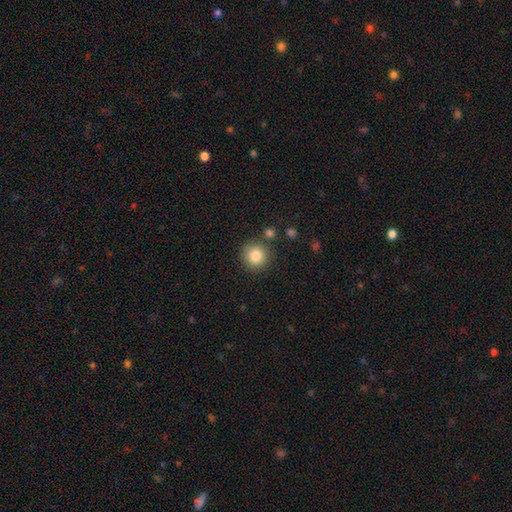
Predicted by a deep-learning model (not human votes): Smooth or featured: smooth — 82% (star or artifact — 10%)
How rounded: round — 93% (in between — 6%)
Merging: none — 83% (minor disturbance — 8%)